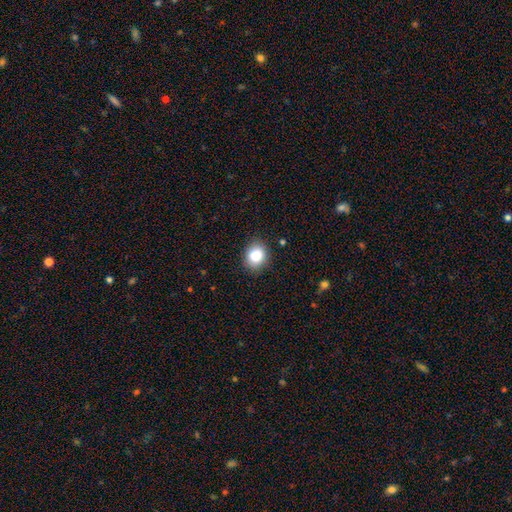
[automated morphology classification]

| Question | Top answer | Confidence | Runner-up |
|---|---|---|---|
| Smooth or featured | smooth | 86% | star or artifact (9%) |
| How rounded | round | 60% | in between (39%) |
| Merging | none | 85% | minor disturbance (11%) |